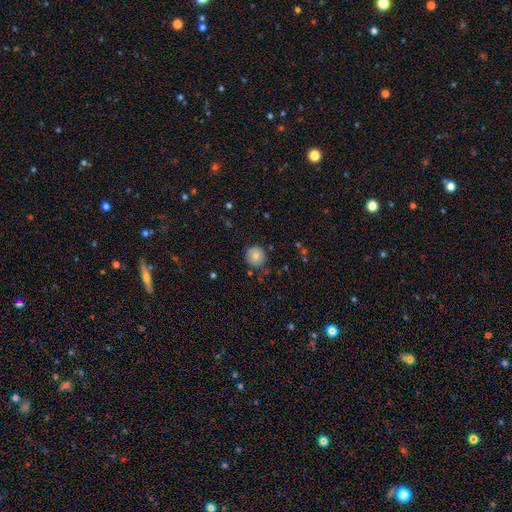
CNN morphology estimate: smooth 81%, featured or disk 10%, star or artifact 9%. Down the decision tree: how rounded — round (93%); merging — none (81%).